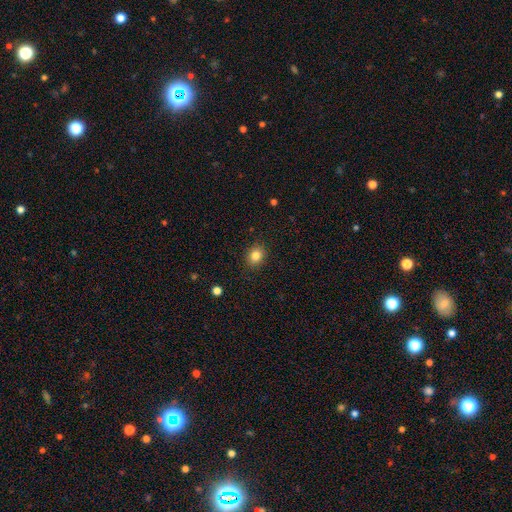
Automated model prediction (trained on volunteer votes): smooth-or-featured: smooth: 83% | star or artifact: 11% | featured or disk: 6%
  how-rounded: round: 57% | in between: 42% | cigar-shaped: 1%
  merging: none: 89% | minor disturbance: 8% | major disturbance: 2% | merger: 1%